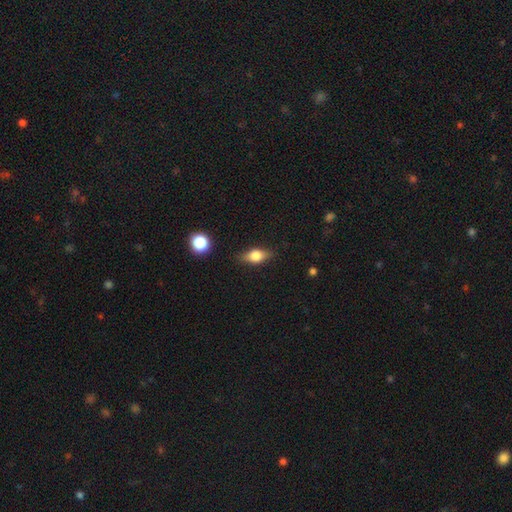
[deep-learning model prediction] Smooth or featured? smooth (61%)
How rounded? in between (73%)
Merging? none (82%)